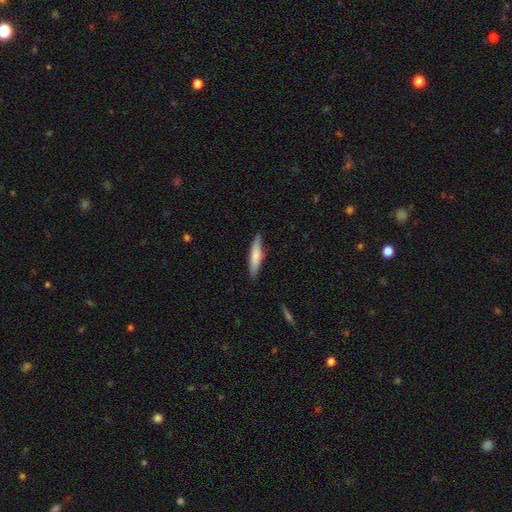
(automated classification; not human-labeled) smooth_or_featured: smooth (p=0.73) [alt: featured or disk p=0.21]
how_rounded: cigar-shaped (p=0.82) [alt: in between p=0.17]
merging: none (p=0.85) [alt: minor disturbance p=0.12]